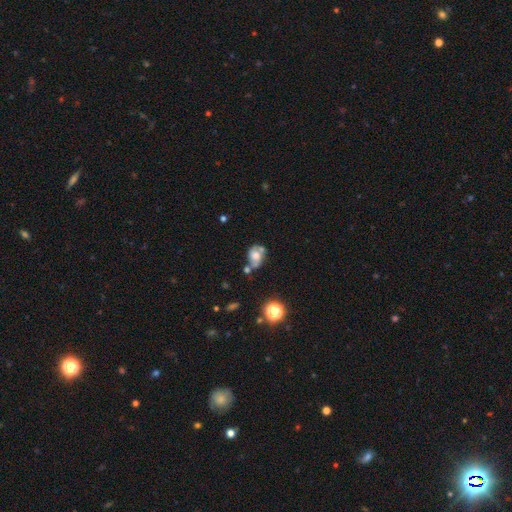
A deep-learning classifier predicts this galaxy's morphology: Smooth or featured? Predicted: featured or disk (p=0.46). Merging? Predicted: none (p=0.42).